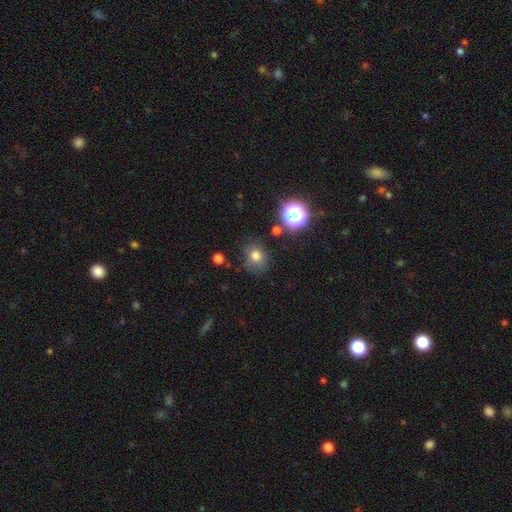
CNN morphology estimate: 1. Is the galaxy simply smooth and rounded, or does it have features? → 73% smooth, 17% star or artifact, 10% featured or disk.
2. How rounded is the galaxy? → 67% round, 33% in between, 1% cigar-shaped.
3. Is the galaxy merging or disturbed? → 69% none, 19% minor disturbance, 7% major disturbance, 4% merger.